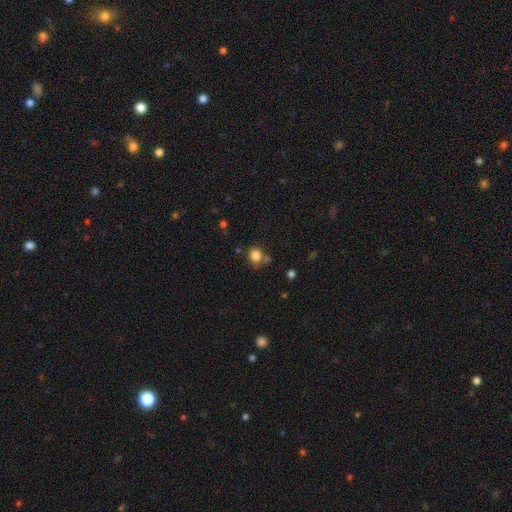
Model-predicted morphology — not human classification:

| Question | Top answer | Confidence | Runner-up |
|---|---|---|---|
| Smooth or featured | smooth | 83% | star or artifact (12%) |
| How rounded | round | 84% | in between (15%) |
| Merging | none | 67% | minor disturbance (15%) |